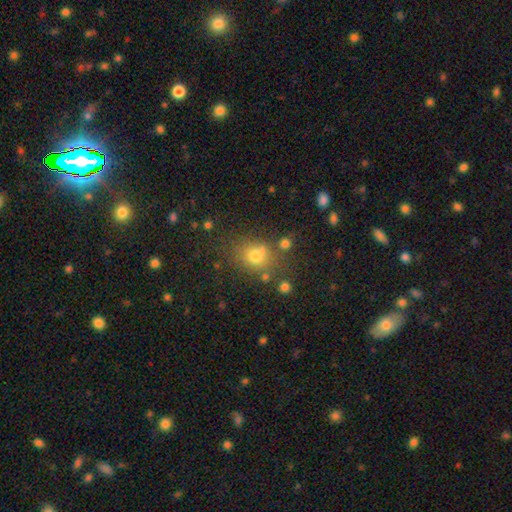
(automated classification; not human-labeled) This appears to be a smooth galaxy with no disk features (69%) that is round (58%). Merging: none (63%).